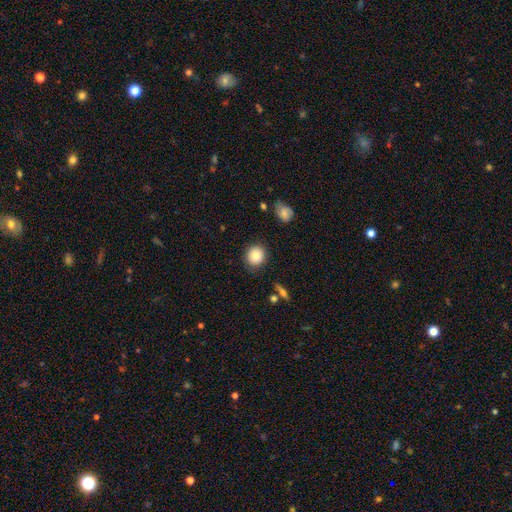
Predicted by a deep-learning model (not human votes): The model was most divided on "how rounded": round: 86%, in between: 13%, cigar-shaped: 1%. More confident: merging — none (85%); smooth or featured — smooth (84%).